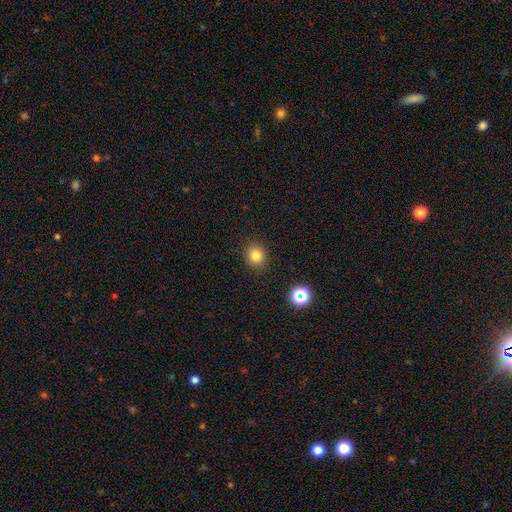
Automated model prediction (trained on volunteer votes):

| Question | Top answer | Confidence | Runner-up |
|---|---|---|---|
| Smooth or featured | smooth | 80% | star or artifact (14%) |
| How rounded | round | 80% | in between (19%) |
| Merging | none | 89% | minor disturbance (7%) |